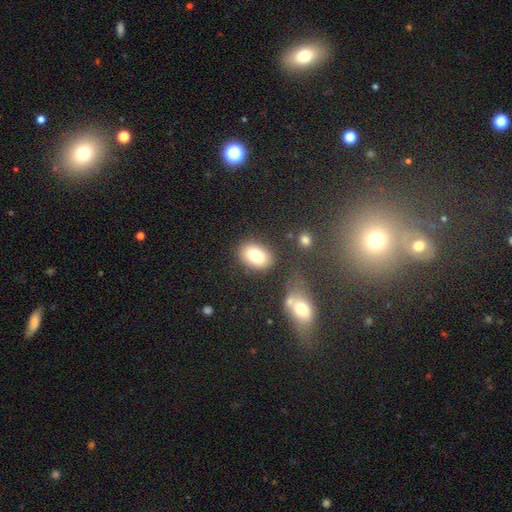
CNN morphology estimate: smooth-or-featured: smooth: 81% | featured or disk: 10% | star or artifact: 9%
  how-rounded: in between: 78% | round: 21% | cigar-shaped: 1%
  merging: none: 82% | minor disturbance: 11% | merger: 4% | major disturbance: 3%